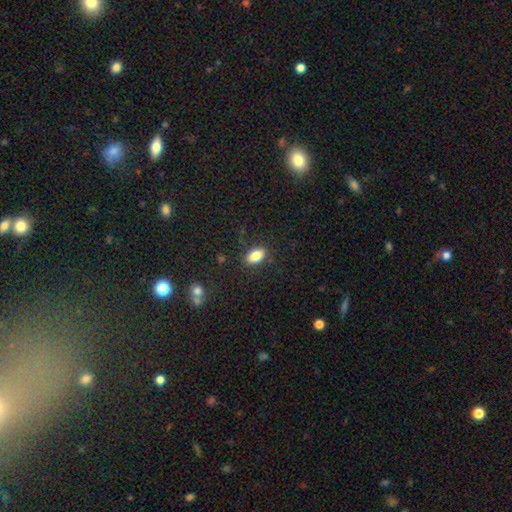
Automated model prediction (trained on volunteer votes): The model was most divided on "smooth or featured": smooth: 84%, star or artifact: 8%, featured or disk: 8%. More confident: how rounded — in between (90%); merging — none (86%).